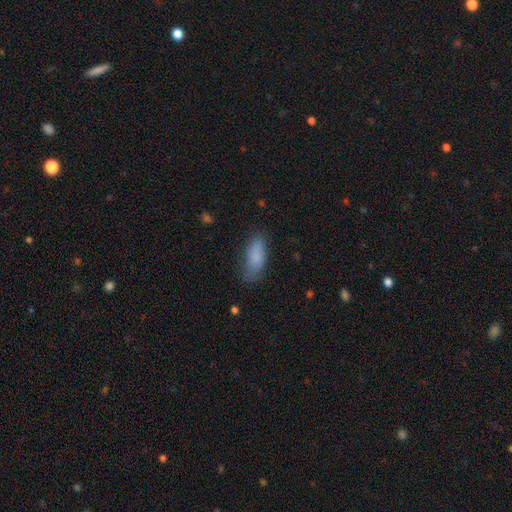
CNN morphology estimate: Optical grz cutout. It shows a smooth galaxy with no disk features (83%) that is in between round and cigar-shaped (78%). Merging: none (68%).